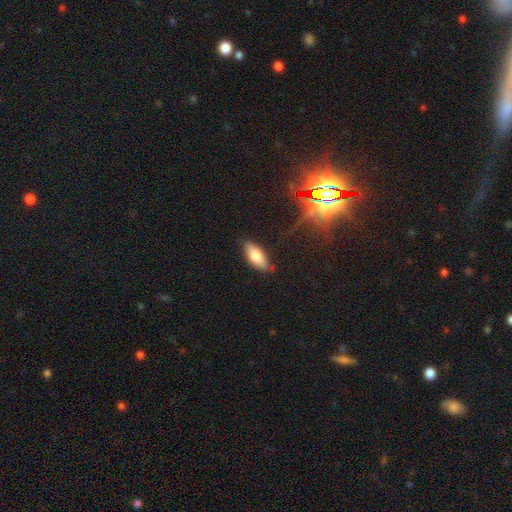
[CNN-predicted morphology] smooth 77%, featured or disk 15%, star or artifact 8%. Down the decision tree: how rounded — in between (77%); merging — none (82%).